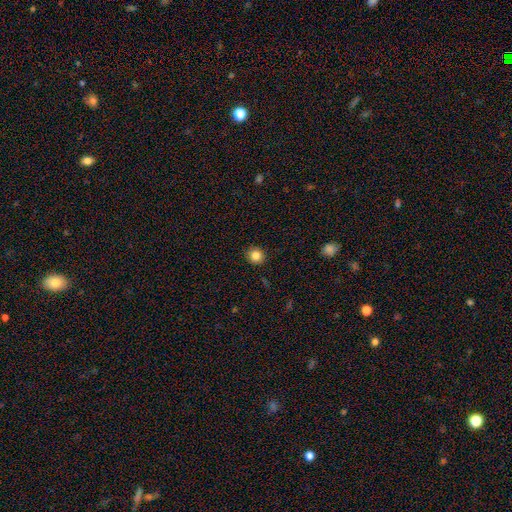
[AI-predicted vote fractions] A smooth galaxy with no disk features (83%) that is round (93%). Merging: none (92%).